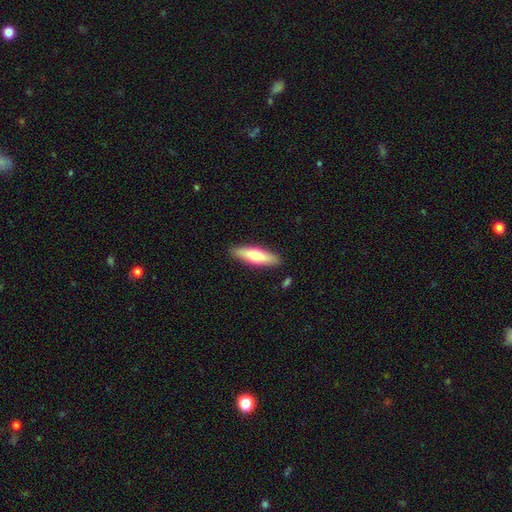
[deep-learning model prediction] This appears to be a smooth galaxy with no disk features (66%) that is cigar-shaped (65%). Merging: none (87%).